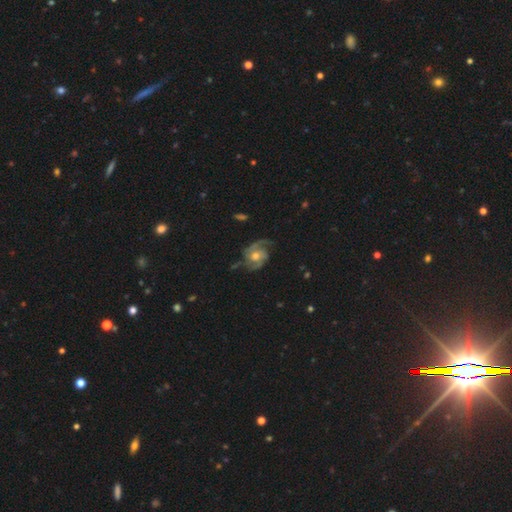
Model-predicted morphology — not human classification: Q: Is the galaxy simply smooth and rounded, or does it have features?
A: featured or disk — 85%.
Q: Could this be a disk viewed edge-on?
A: no — 98%.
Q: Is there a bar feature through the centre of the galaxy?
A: no — 67%.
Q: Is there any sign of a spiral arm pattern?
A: yes — 96%.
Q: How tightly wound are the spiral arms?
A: medium — 48%.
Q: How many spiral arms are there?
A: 2 — 64%.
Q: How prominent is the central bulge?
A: moderate — 68%.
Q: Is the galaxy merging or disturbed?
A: none — 65%.